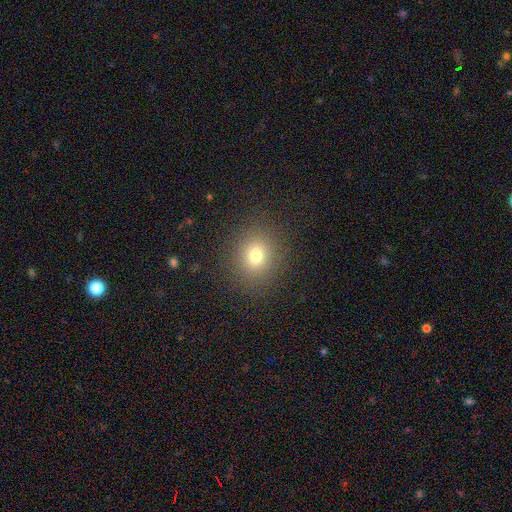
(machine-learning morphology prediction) This appears to be a smooth galaxy with no disk features (75%) that is round (80%). Merging: none (88%).